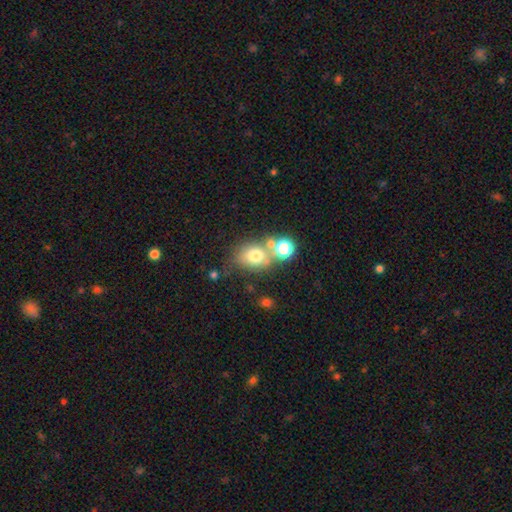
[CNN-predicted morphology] This appears to be a smooth galaxy with no disk features (68%) that is round (49%, tied with in between). Merging: none (49%).